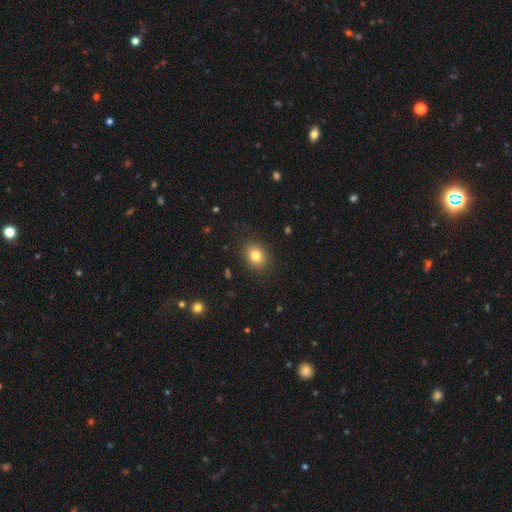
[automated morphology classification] Smooth or featured? Predicted: smooth (p=0.81). How rounded? Predicted: round (p=0.50). Merging? Predicted: none (p=0.87).